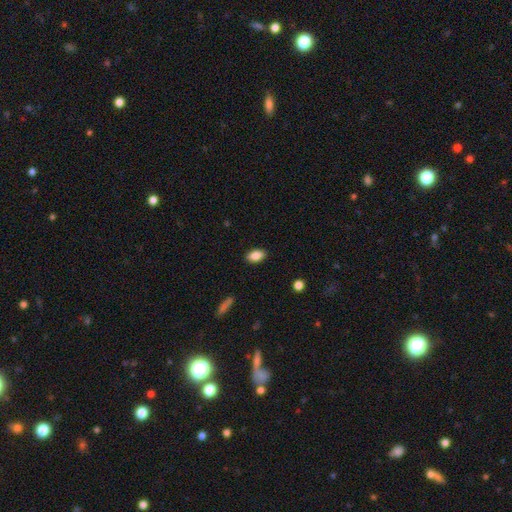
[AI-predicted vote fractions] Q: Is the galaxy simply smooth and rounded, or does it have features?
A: smooth — 87%.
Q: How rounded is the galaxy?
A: in between — 92%.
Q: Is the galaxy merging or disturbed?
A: none — 89%.